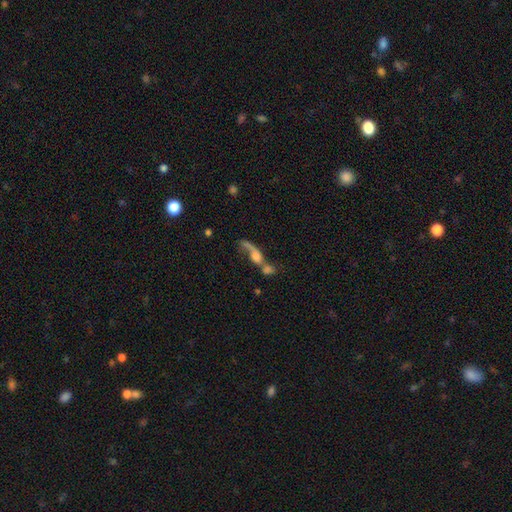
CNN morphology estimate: type=smooth (48%); merging=merger (61%).